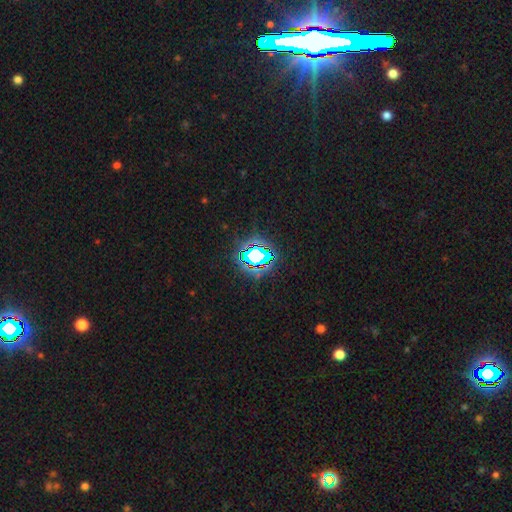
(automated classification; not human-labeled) A star or artifact, not a galaxy (70%).

Vote fractions:
- Smooth or featured? star or artifact: 70% / smooth: 17% / featured or disk: 13%